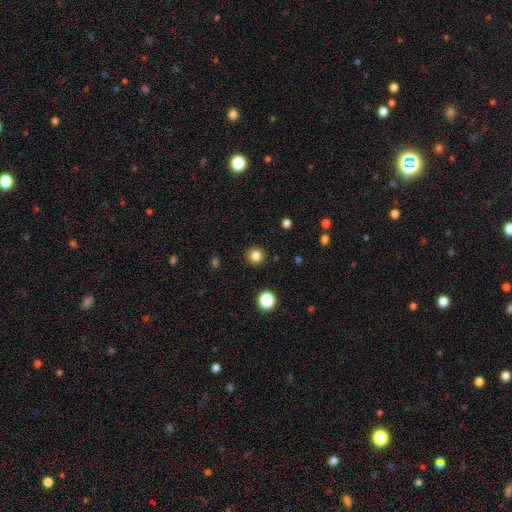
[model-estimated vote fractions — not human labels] A smooth galaxy with no disk features (83%) that is round (94%). Merging: none (92%).